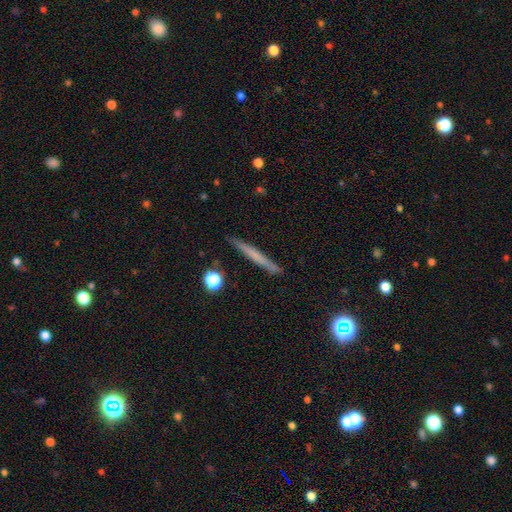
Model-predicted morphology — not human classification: smooth 55%, featured or disk 37%, star or artifact 8%. Down the decision tree: how rounded — cigar-shaped (95%); merging — none (89%).